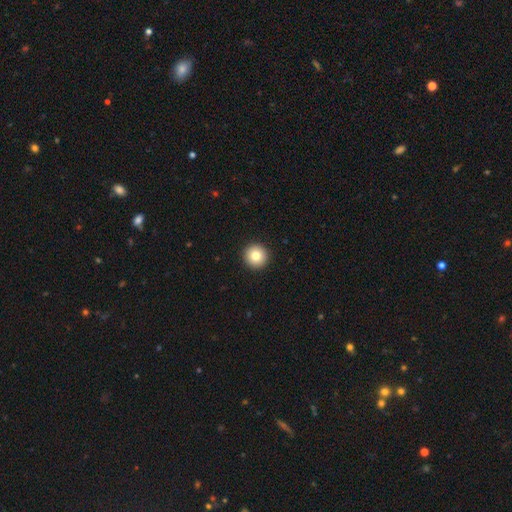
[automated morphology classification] This appears to be a smooth galaxy with no disk features (82%) that is round (97%). Merging: none (94%).